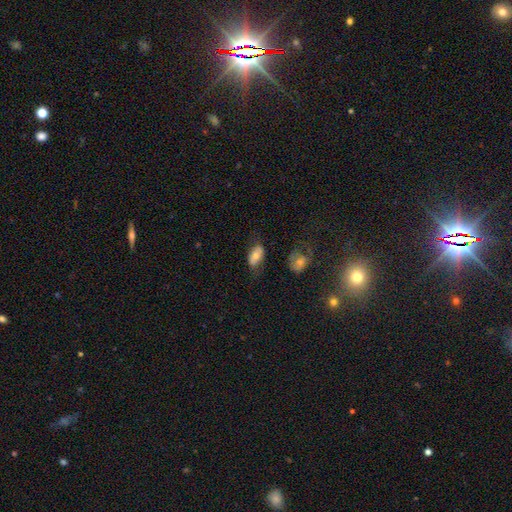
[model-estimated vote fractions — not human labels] Smooth or featured? smooth (65%)
How rounded? in between (91%)
Merging? none (61%)